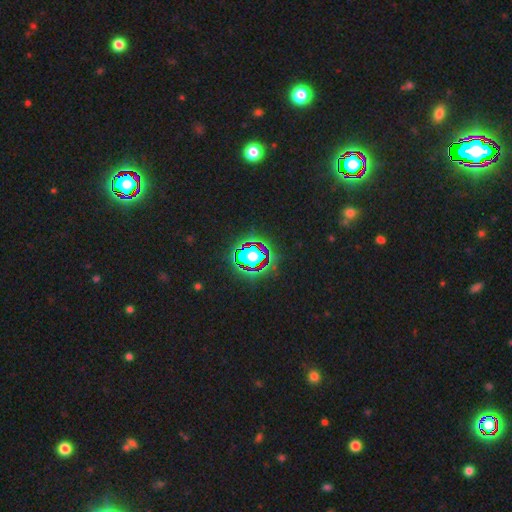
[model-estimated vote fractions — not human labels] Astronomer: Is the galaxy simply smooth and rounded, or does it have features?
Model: star or artifact — 68%.